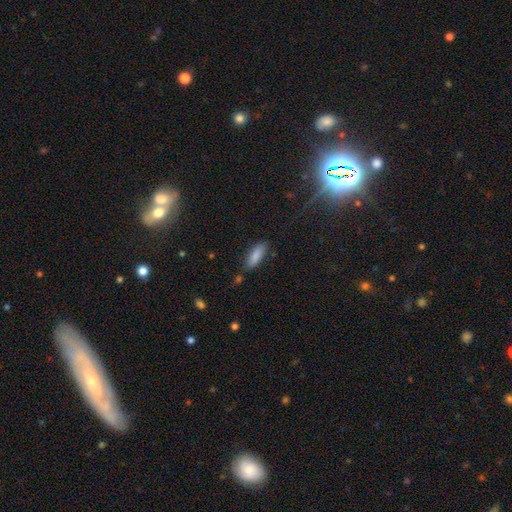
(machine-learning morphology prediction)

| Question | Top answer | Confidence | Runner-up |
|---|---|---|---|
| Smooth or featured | smooth | 86% | featured or disk (7%) |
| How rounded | in between | 63% | cigar-shaped (35%) |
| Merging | none | 77% | minor disturbance (16%) |